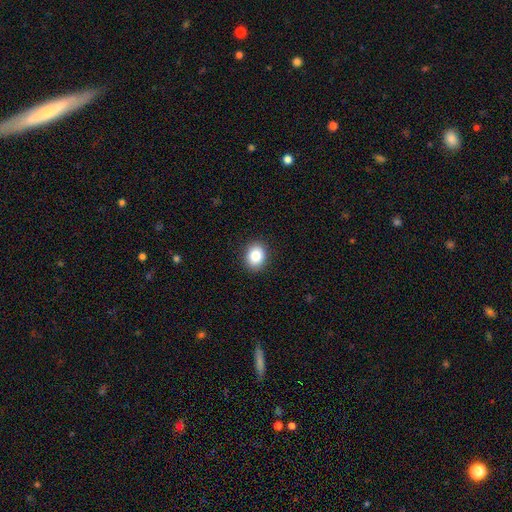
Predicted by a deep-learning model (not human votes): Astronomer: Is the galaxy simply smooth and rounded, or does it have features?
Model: smooth — 84%.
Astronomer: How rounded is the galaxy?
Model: round — 52% (runner-up: in between, 48%).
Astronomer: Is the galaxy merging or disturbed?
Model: none — 90%.